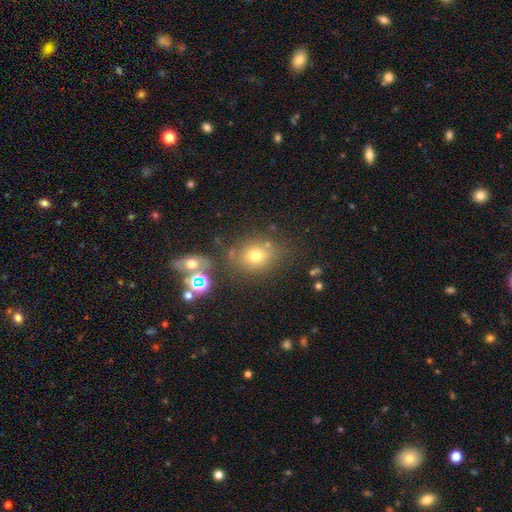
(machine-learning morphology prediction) Overall: smooth (70%). How rounded: round (60%; in between 39%). Merging: none (69%).